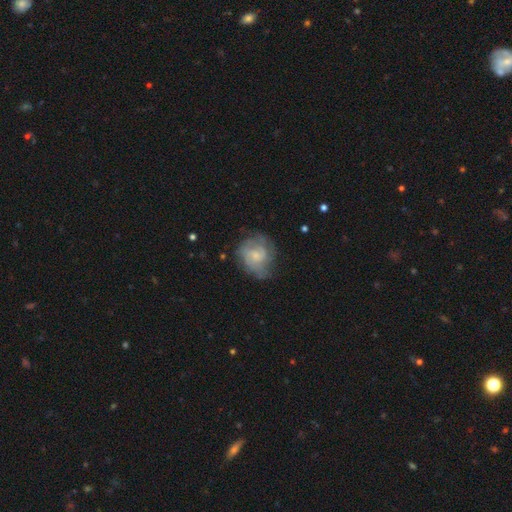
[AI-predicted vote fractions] smooth-or-featured: featured or disk: 57% | smooth: 35% | star or artifact: 7%
  disk-edge-on: no: 98% | yes: 2%
    bar: no: 67% | weak: 29% | strong: 4%
    has-spiral-arms: yes: 77% | no: 23%
    bulge-size: small: 48% | moderate: 30% | none: 17% | large: 4% | dominant: 1%
  merging: none: 61% | minor disturbance: 24% | major disturbance: 14% | merger: 2%